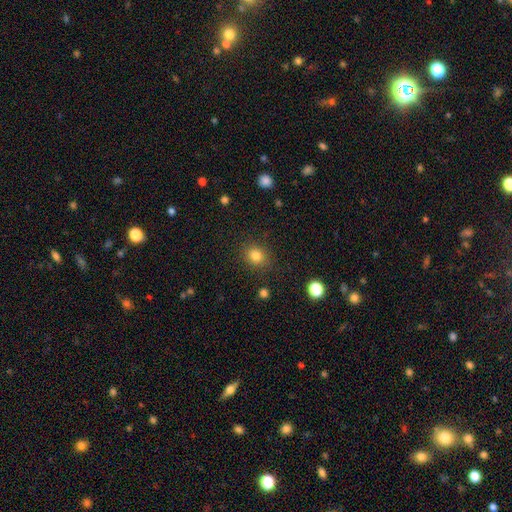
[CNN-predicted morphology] smooth_or_featured: smooth (p=0.83) [alt: star or artifact p=0.12]
how_rounded: round (p=0.66) [alt: in between p=0.34]
merging: none (p=0.85) [alt: minor disturbance p=0.10]